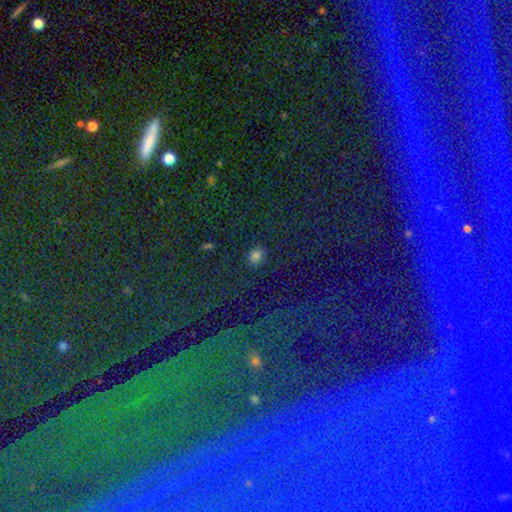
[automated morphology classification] A smooth galaxy with no disk features (66%) that is round (49%, tied with in between). Merging: none (83%).